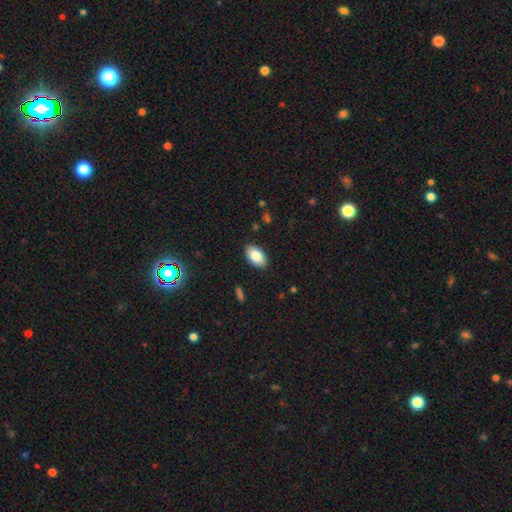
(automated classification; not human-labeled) This appears to be a smooth galaxy with no disk features (84%) that is in between round and cigar-shaped (94%). Merging: none (88%).